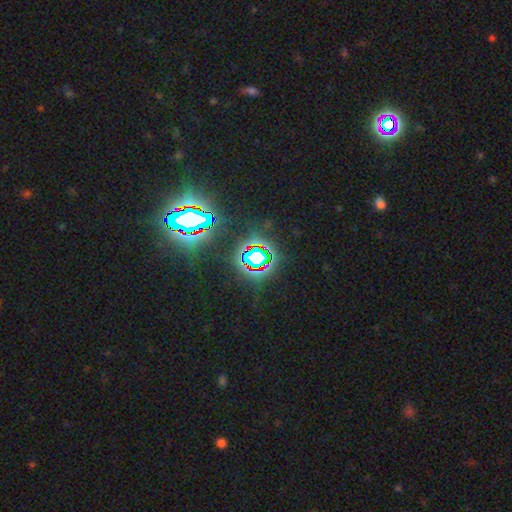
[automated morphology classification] Q: Smooth or featured?
A: star or artifact (75%); runner-up: smooth (13%)